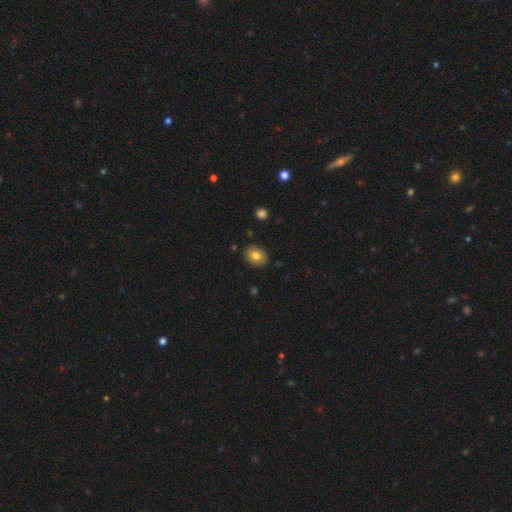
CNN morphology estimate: Q: Smooth or featured?
A: smooth (78%); runner-up: featured or disk (13%)
Q: How rounded?
A: in between (58%); runner-up: round (41%)
Q: Merging?
A: none (87%); runner-up: minor disturbance (9%)